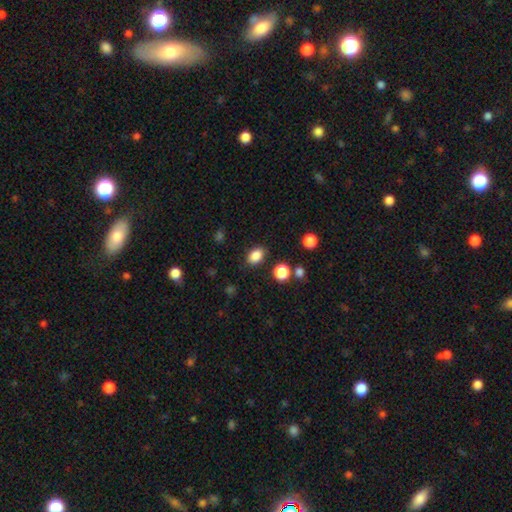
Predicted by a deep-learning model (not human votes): smooth_or_featured: smooth (p=0.86) [alt: star or artifact p=0.10]
how_rounded: in between (p=0.73) [alt: round p=0.26]
merging: none (p=0.85) [alt: minor disturbance p=0.10]